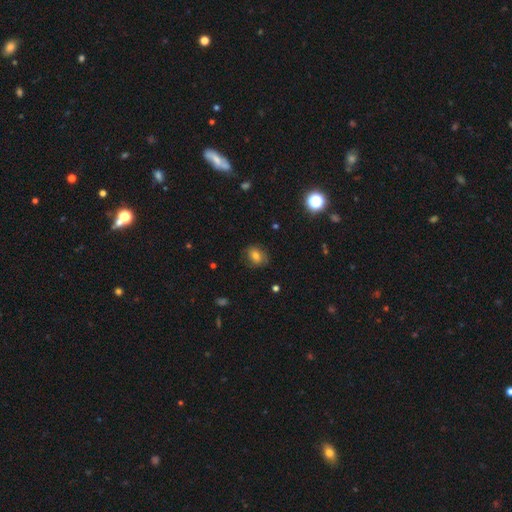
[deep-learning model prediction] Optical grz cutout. It shows a smooth galaxy with no disk features (66%) that is in between round and cigar-shaped (53%). Merging: none (77%).